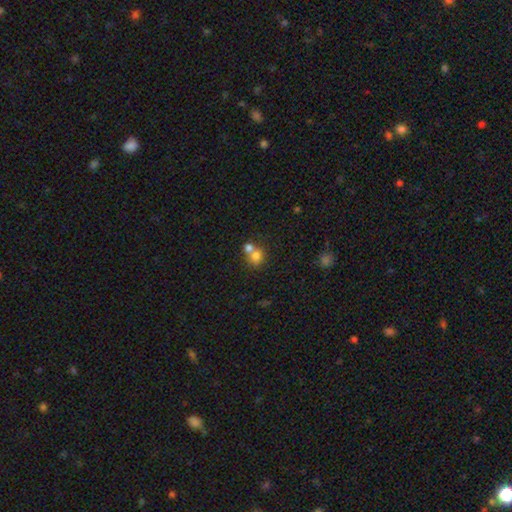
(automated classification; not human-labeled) This appears to be a smooth galaxy with no disk features (73%) that is round (75%). Merging: merger (51%).